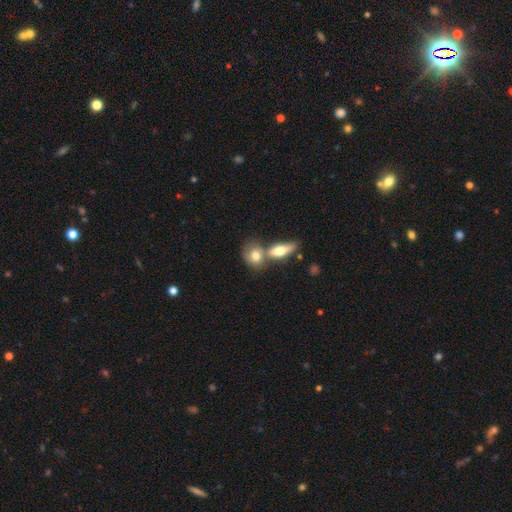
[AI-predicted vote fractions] This is likely a smooth galaxy (75%). How rounded: possibly in between (58%). Merging: possibly merger (50%).